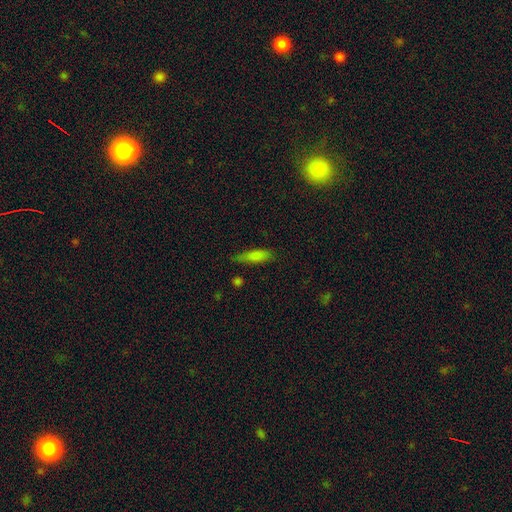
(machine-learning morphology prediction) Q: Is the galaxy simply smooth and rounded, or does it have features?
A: smooth — 76%.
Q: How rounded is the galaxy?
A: cigar-shaped — 50%.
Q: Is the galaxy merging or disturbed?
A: none — 70%.